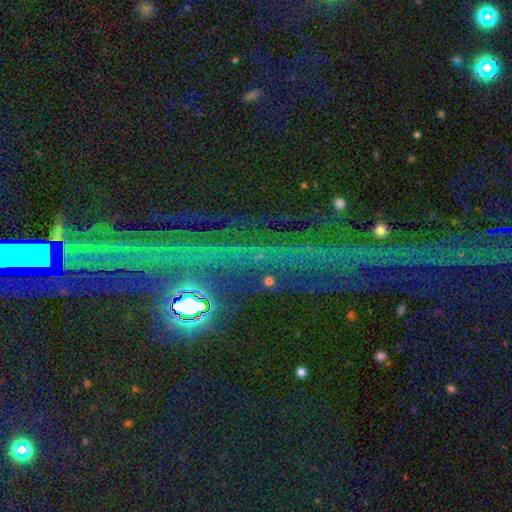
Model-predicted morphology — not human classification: A star or artifact, not a galaxy (83%).